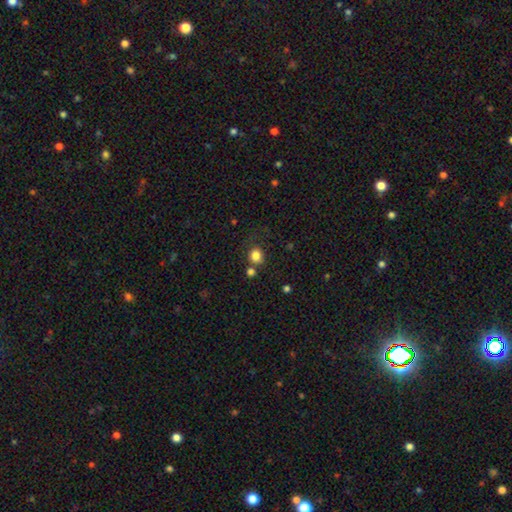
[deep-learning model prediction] This appears to be a smooth galaxy with no disk features (83%) that is round (79%). Merging: none (67%).